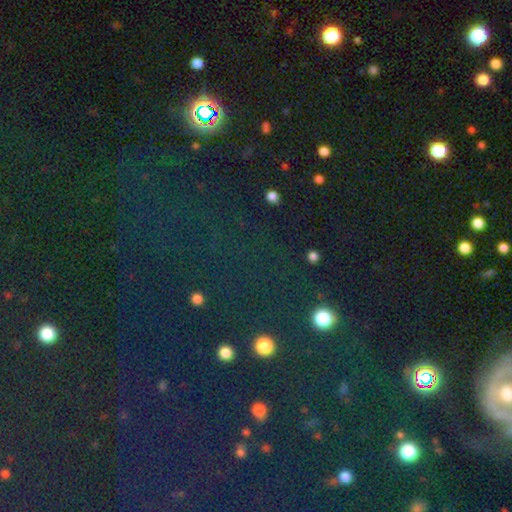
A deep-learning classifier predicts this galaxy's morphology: star or artifact 71%, smooth 21%, featured or disk 8%.